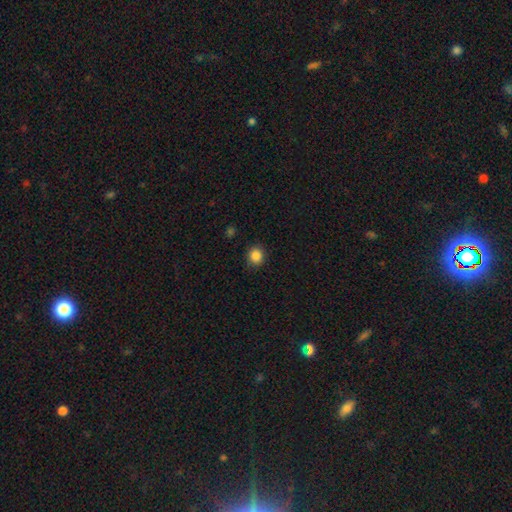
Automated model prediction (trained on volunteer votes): This is clearly a smooth galaxy (86%). How rounded: likely round (80%). Merging: clearly none (89%).